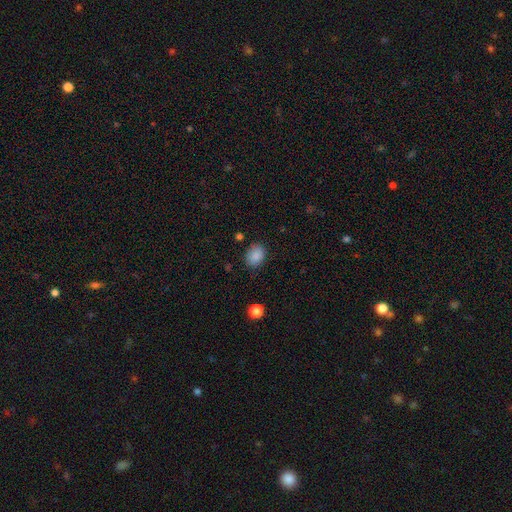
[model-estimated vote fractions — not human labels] Smooth or featured: smooth — 87% (star or artifact — 9%)
How rounded: in between — 54% (round — 45%)
Merging: none — 81% (minor disturbance — 14%)